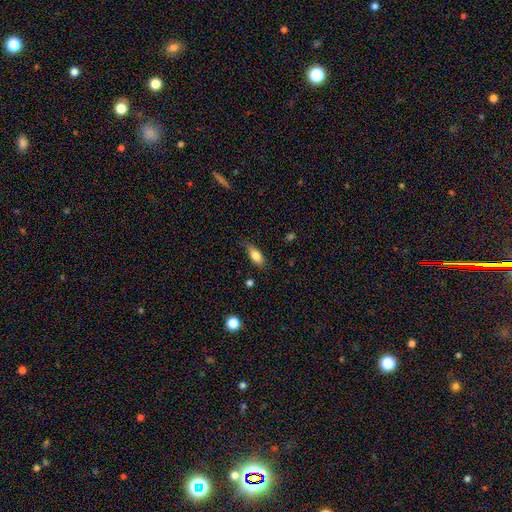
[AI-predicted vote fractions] Smooth or featured?
  - smooth: 81% *
  - featured or disk: 12%
  - star or artifact: 7%
How rounded?
  - in between: 82% *
  - cigar-shaped: 14%
  - round: 4%
Merging?
  - none: 73% *
  - minor disturbance: 21%
  - major disturbance: 4%
  - merger: 2%